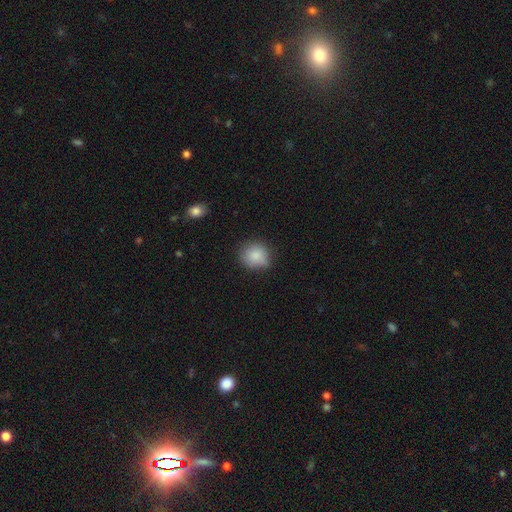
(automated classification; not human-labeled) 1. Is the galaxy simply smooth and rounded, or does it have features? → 85% smooth, 9% star or artifact, 6% featured or disk.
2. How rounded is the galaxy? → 82% round, 17% in between, 1% cigar-shaped.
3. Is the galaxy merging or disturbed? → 66% none, 27% minor disturbance, 5% major disturbance, 3% merger.